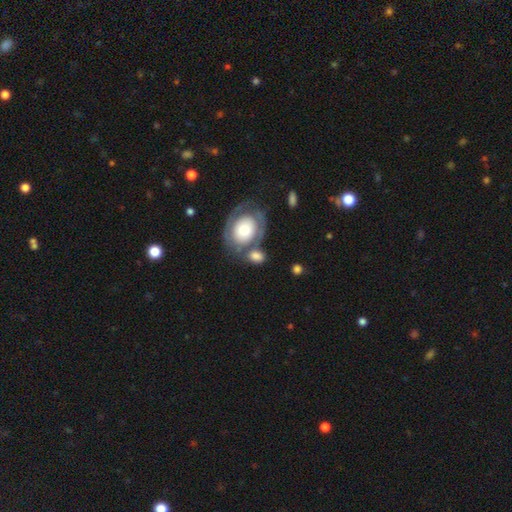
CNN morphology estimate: smooth_or_featured: smooth (p=0.62) [alt: featured or disk p=0.31]
how_rounded: in between (p=0.62) [alt: round p=0.36]
merging: none (p=0.44) [alt: merger p=0.33]